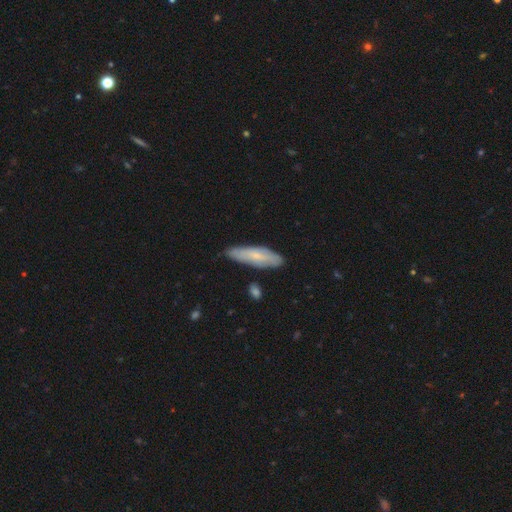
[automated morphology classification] Smooth or featured: smooth — 61% (featured or disk — 33%)
How rounded: cigar-shaped — 58% (in between — 40%)
Merging: none — 76% (minor disturbance — 19%)